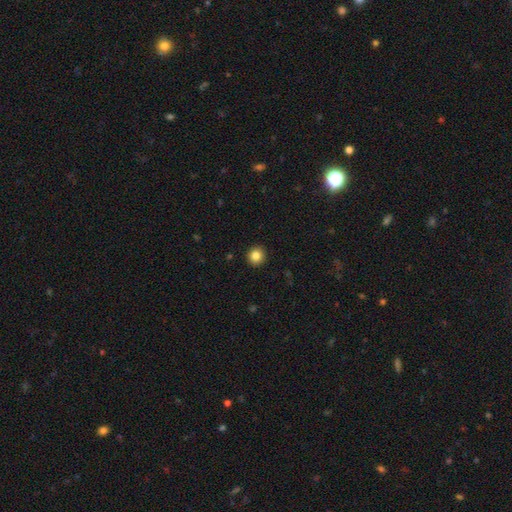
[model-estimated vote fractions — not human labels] This appears to be a smooth galaxy with no disk features (84%) that is round (92%). Merging: none (93%).